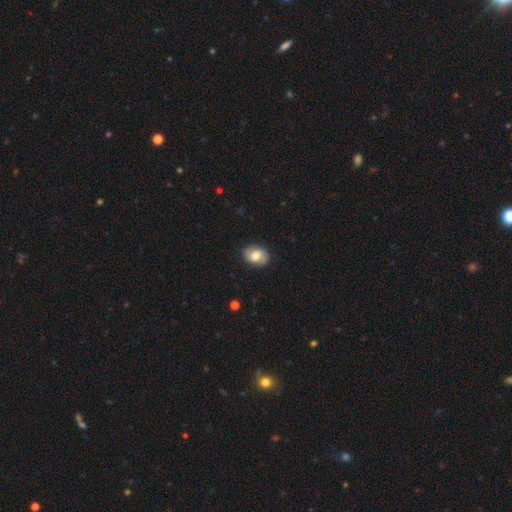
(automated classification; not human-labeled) This appears to be a smooth galaxy with no disk features (55%) that is in between round and cigar-shaped (70%). Merging: none (82%).